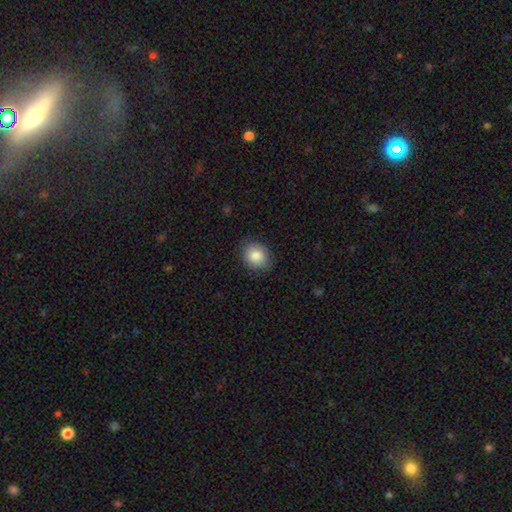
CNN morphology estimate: A smooth galaxy with no disk features (86%) that is round (62%).

Vote fractions:
- Smooth or featured? smooth: 86% / star or artifact: 8% / featured or disk: 6%
- How rounded? round: 62% / in between: 37% / cigar-shaped: 1%
- Merging? none: 82% / minor disturbance: 14% / major disturbance: 3% / merger: 1%